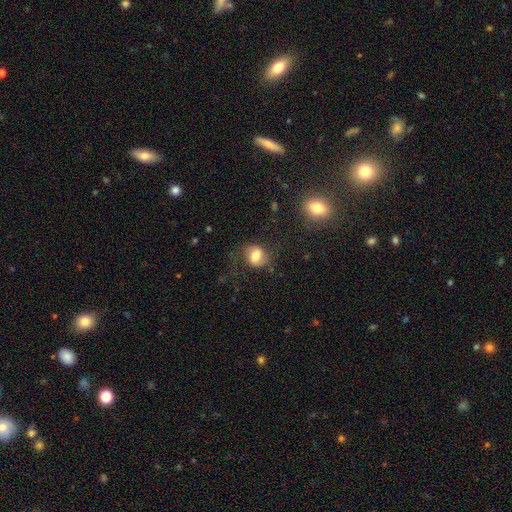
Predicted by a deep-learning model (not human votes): Morphology: type=smooth (62%); roundness=round (55%); merging=none (66%).